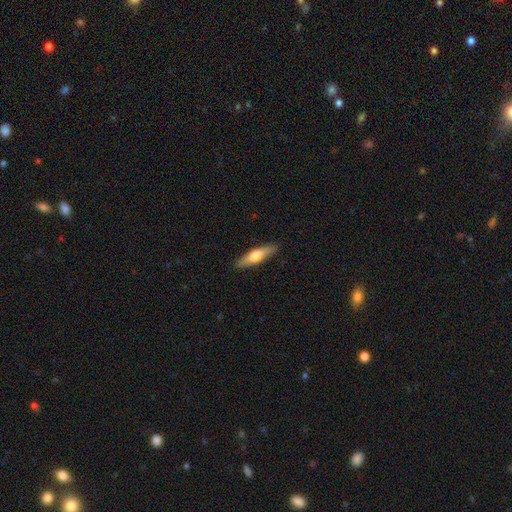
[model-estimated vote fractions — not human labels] This is possibly a smooth galaxy (55%). How rounded: likely cigar-shaped (74%). Merging: clearly none (90%).